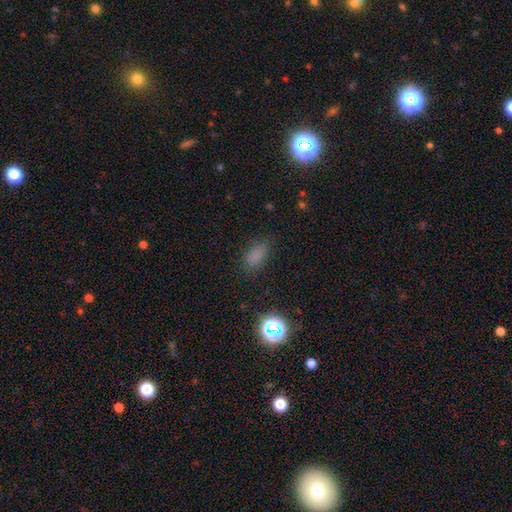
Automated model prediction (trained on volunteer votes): Smooth or featured? Predicted: smooth (p=0.77). How rounded? Predicted: in between (p=0.85). Merging? Predicted: none (p=0.80).